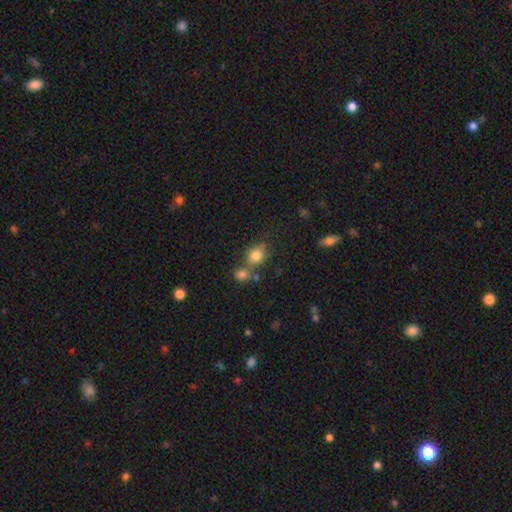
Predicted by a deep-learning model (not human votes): smooth_or_featured: smooth (p=0.80) [alt: star or artifact p=0.11]
how_rounded: round (p=0.54) [alt: in between p=0.45]
merging: none (p=0.50) [alt: merger p=0.30]